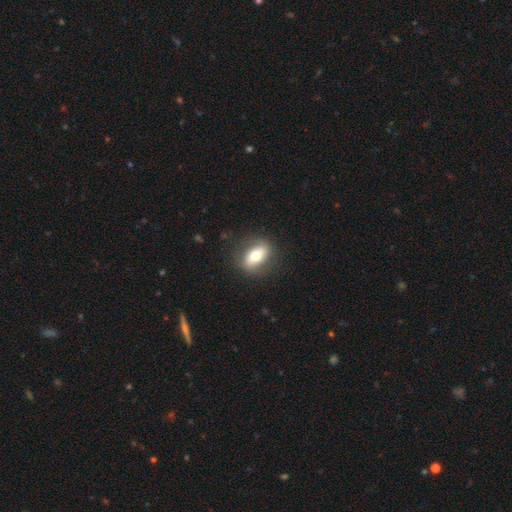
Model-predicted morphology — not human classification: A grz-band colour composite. It shows a smooth galaxy with no disk features (63%) that is in between round and cigar-shaped (78%). Merging: none (82%).